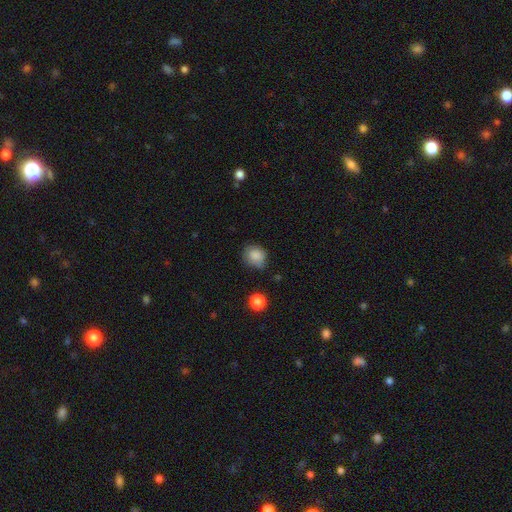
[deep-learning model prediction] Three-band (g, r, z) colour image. It shows a smooth galaxy with no disk features (84%) that is round (70%). Merging: none (66%).